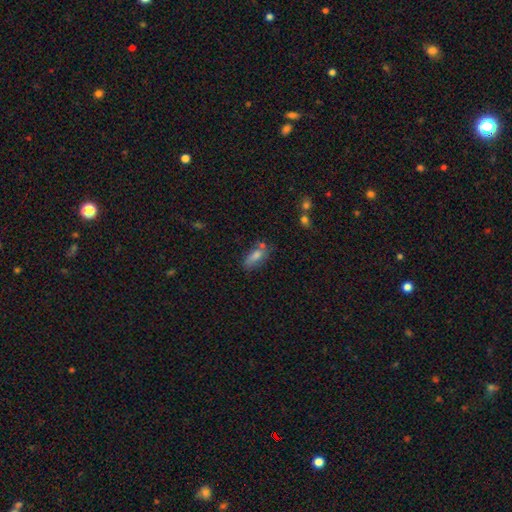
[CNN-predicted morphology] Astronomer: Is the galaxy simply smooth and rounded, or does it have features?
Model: smooth — 68%.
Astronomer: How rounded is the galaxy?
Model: in between — 68%.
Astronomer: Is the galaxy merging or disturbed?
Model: none — 53%.